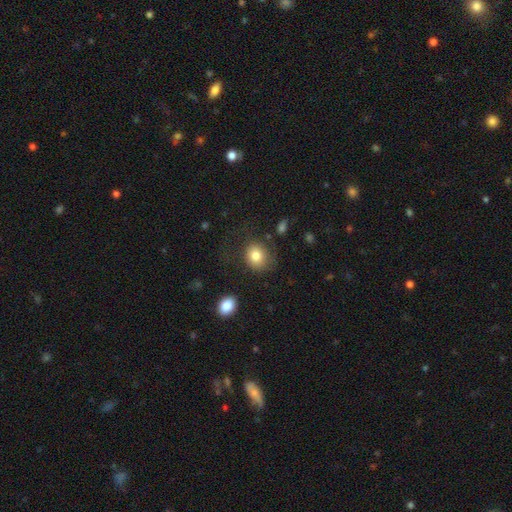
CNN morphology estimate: smooth 80%, star or artifact 10%, featured or disk 10%. Down the decision tree: how rounded — round (69%); merging — none (68%).